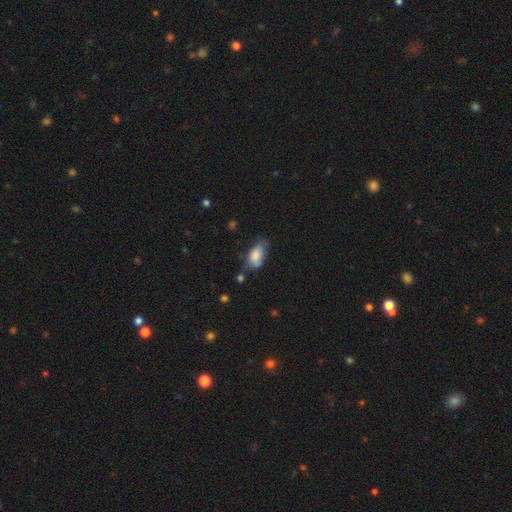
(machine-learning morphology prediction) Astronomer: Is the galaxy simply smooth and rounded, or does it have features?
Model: smooth — 78%.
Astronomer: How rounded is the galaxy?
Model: in between — 91%.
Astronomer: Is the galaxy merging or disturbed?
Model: none — 49% (runner-up: minor disturbance, 33%).